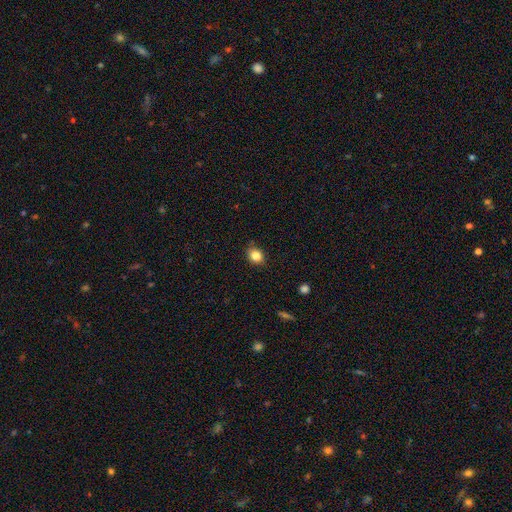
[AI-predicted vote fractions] Morphology: type=smooth (84%); roundness=round (55%); merging=none (82%).